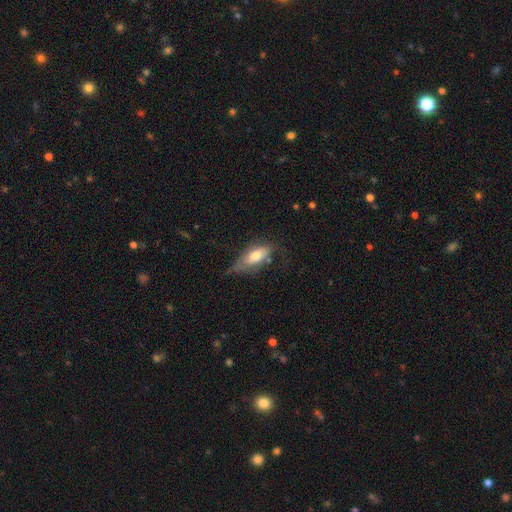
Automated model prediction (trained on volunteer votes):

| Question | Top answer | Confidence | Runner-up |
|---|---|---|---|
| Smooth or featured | smooth | 61% | featured or disk (33%) |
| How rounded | in between | 78% | cigar-shaped (19%) |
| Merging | none | 44% | minor disturbance (34%) |